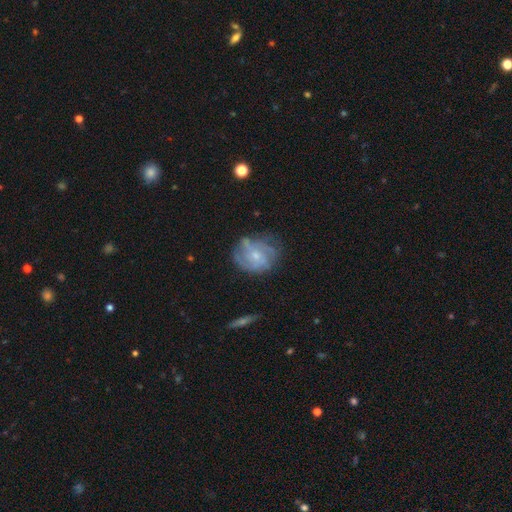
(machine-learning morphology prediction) Smooth or featured?
  - featured or disk: 73% *
  - smooth: 20%
  - star or artifact: 8%
Edge-on disk?
  - no: 97% *
  - yes: 3%
Bar?
  - no: 75% *
  - weak: 22%
  - strong: 3%
Spiral arms?
  - yes: 86% *
  - no: 14%
Spiral winding?
  - tight: 51% *
  - medium: 36%
  - loose: 13%
Spiral arm count?
  - can't tell: 39% *
  - 3: 20%
  - 4: 18%
  - 2: 12%
  - more than 4: 6%
  - 1: 5%
Bulge size?
  - small: 67% *
  - moderate: 27%
  - none: 3%
  - large: 1%
  - dominant: 1%
Merging?
  - none: 64% *
  - minor disturbance: 23%
  - major disturbance: 12%
  - merger: 2%